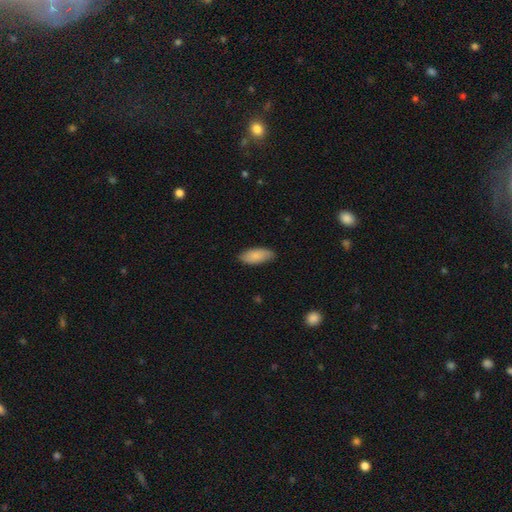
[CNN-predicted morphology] smooth-or-featured: smooth: 85% | featured or disk: 9% | star or artifact: 6%
  how-rounded: in between: 86% | cigar-shaped: 12% | round: 2%
  merging: none: 84% | minor disturbance: 13% | major disturbance: 2% | merger: 1%